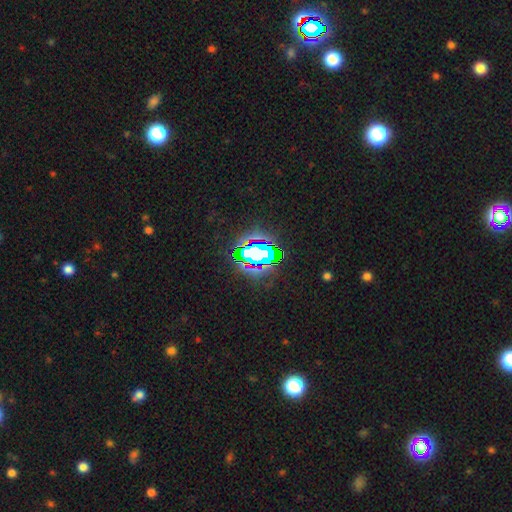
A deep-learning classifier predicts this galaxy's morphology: A star or artifact, not a galaxy (64%).

Vote fractions:
- Smooth or featured? star or artifact: 64% / smooth: 20% / featured or disk: 16%